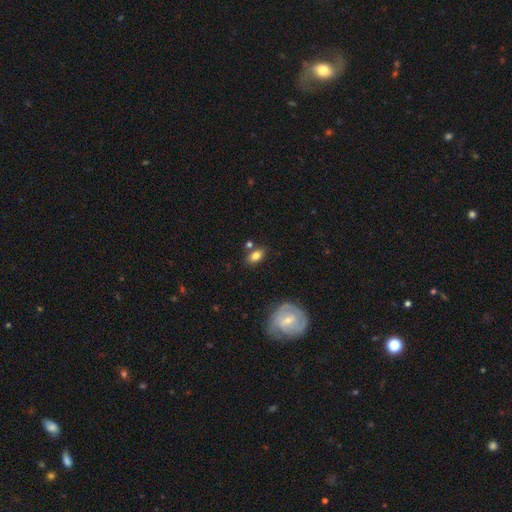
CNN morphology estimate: The model was most divided on "merging": none: 71%, minor disturbance: 14%, merger: 11%, major disturbance: 4%. More confident: how rounded — in between (86%); smooth or featured — smooth (79%).